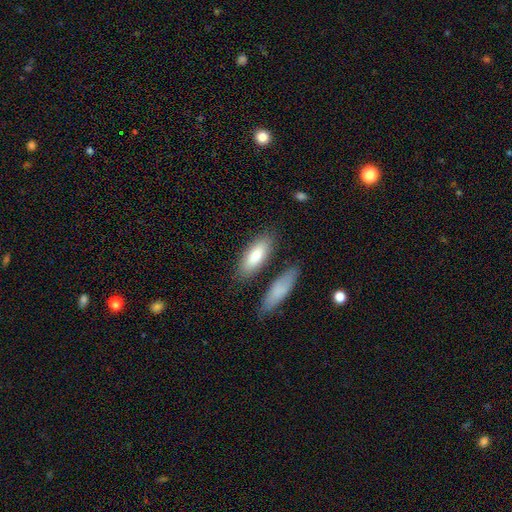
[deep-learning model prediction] A smooth galaxy with no disk features (80%) that is in between round and cigar-shaped (71%). Merging: none (77%).